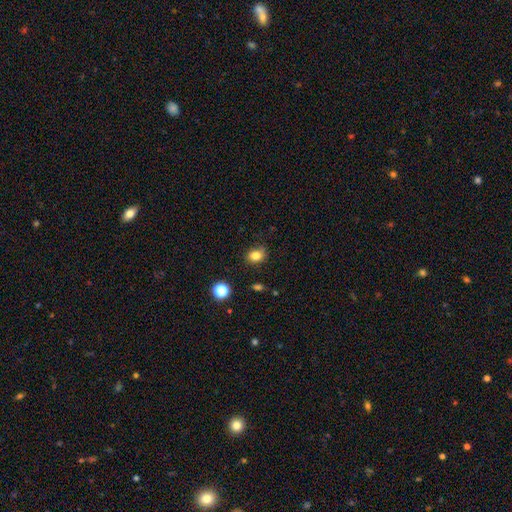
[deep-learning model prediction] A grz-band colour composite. It shows a smooth galaxy with no disk features (82%) that is round (50%). Merging: none (80%).